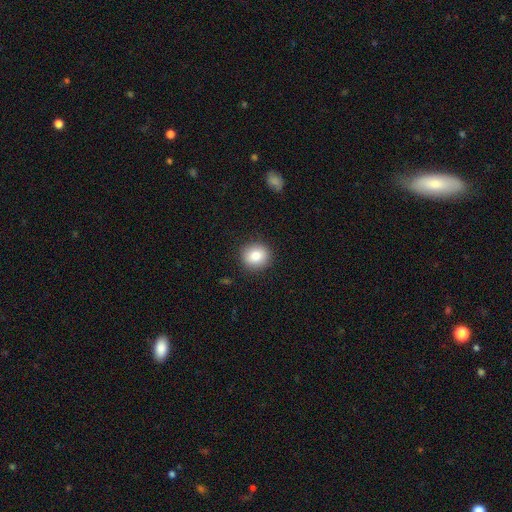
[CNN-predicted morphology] The model was most divided on "smooth or featured": smooth: 82%, star or artifact: 9%, featured or disk: 9%. More confident: merging — none (90%); how rounded — round (87%).